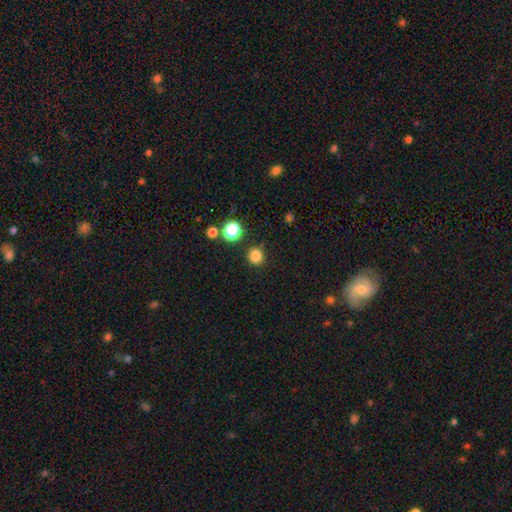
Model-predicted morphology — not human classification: The model was most divided on "smooth or featured": smooth: 82%, star or artifact: 14%, featured or disk: 4%. More confident: how rounded — round (91%); merging — none (88%).